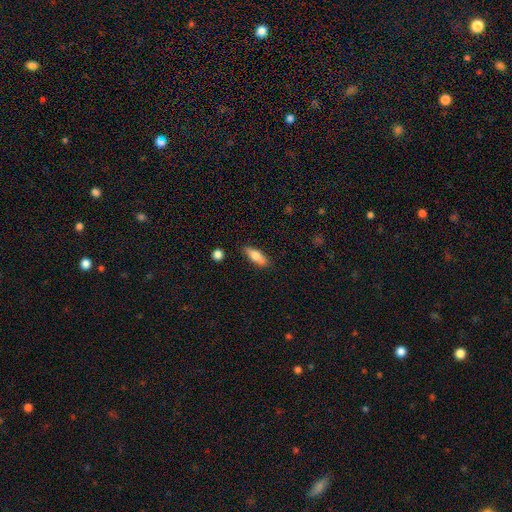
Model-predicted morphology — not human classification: A smooth galaxy with no disk features (73%) that is in between round and cigar-shaped (57%). Merging: none (83%).